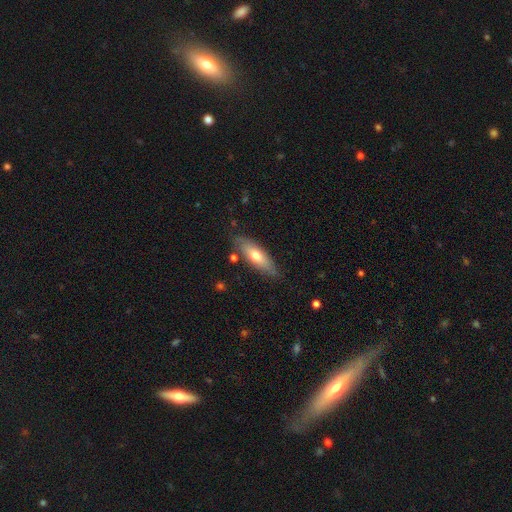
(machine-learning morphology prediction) type=smooth (63%); roundness=in between (57%); merging=none (78%).